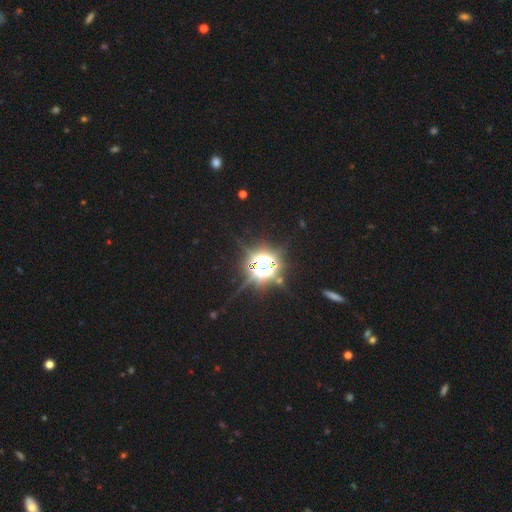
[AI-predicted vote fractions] Smooth or featured?
  - star or artifact: 84% *
  - smooth: 9%
  - featured or disk: 6%